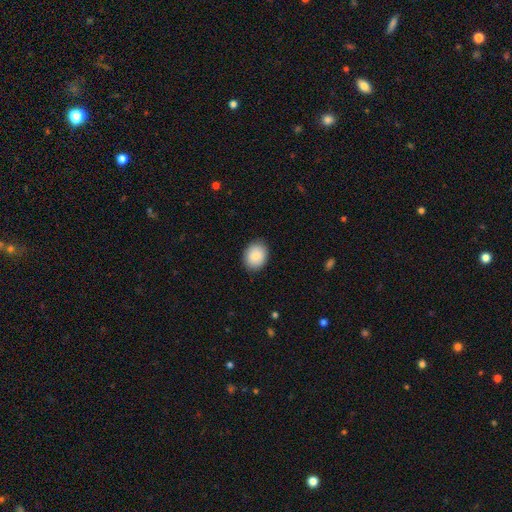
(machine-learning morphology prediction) This is clearly a smooth galaxy (88%). How rounded: possibly round (55%). Merging: clearly none (88%).